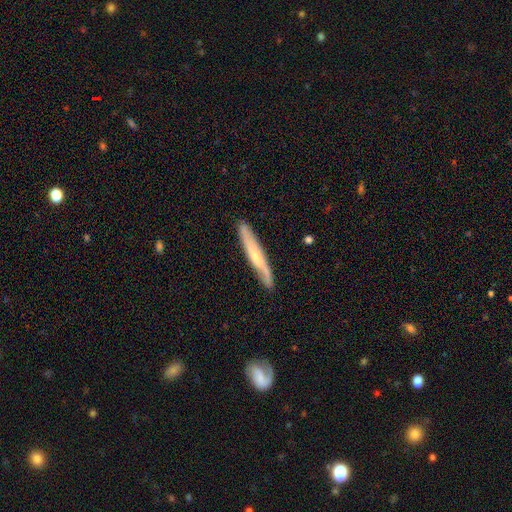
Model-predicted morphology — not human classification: A featured or disk galaxy (59%) viewed edge-on (75%).

Vote fractions:
- Smooth or featured? featured or disk: 59% / smooth: 36% / star or artifact: 5%
- Edge-on disk? yes: 75% / no: 25%
- Merging? none: 83% / minor disturbance: 13% / major disturbance: 2% / merger: 1%